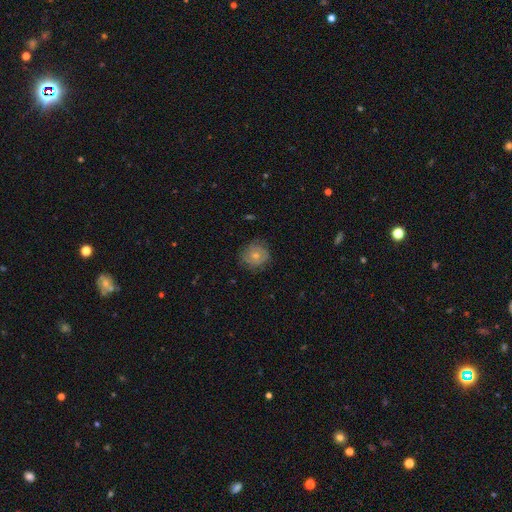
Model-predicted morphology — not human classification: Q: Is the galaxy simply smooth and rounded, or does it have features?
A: smooth — 62%.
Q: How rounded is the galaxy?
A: round — 87%.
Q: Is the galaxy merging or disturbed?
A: none — 73%.